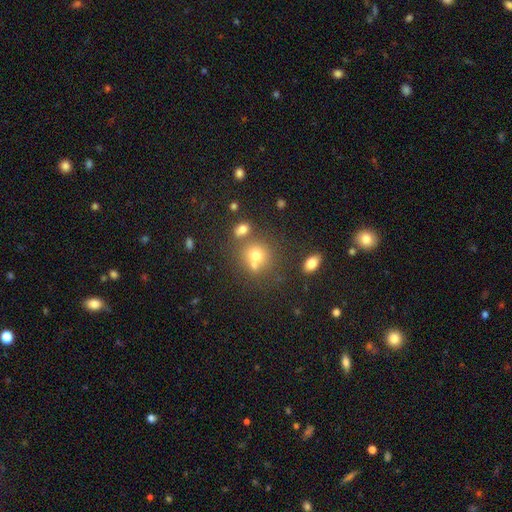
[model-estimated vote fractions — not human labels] Overall: smooth (66%). How rounded: round (78%). Merging: none (50%; merger 35%).